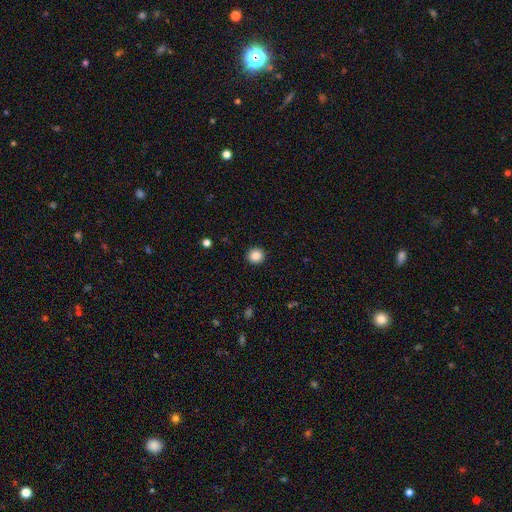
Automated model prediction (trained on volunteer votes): The model was most divided on "smooth or featured": smooth: 87%, star or artifact: 10%, featured or disk: 3%. More confident: how rounded — round (93%); merging — none (92%).